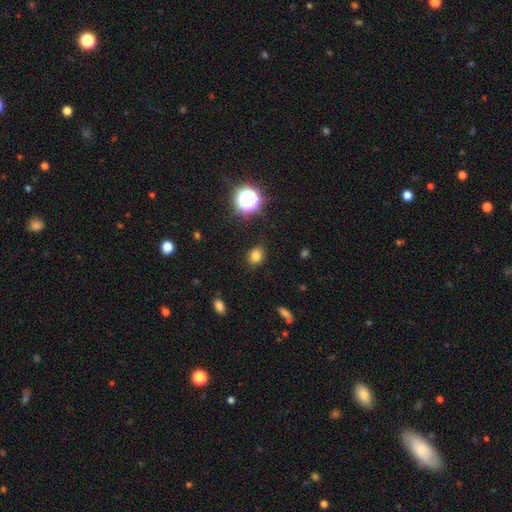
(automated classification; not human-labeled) Smooth or featured? smooth (79%)
How rounded? round (58%)
Merging? none (85%)